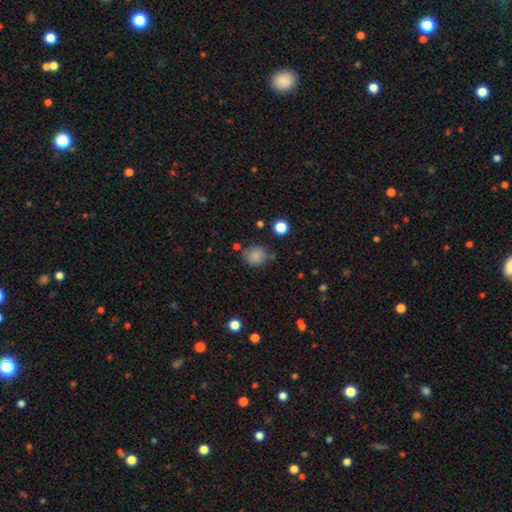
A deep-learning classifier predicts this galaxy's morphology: Smooth or featured?
  - smooth: 83% *
  - star or artifact: 11%
  - featured or disk: 6%
How rounded?
  - round: 79% *
  - in between: 20%
  - cigar-shaped: 1%
Merging?
  - none: 74% *
  - minor disturbance: 16%
  - merger: 6%
  - major disturbance: 5%